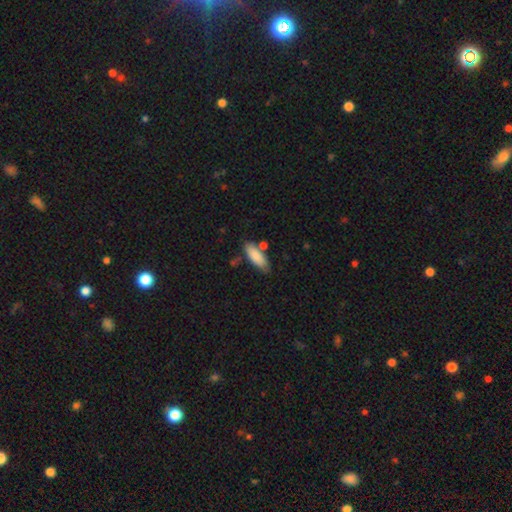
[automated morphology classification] Overall: smooth (87%). How rounded: in between (70%). Merging: none (71%).